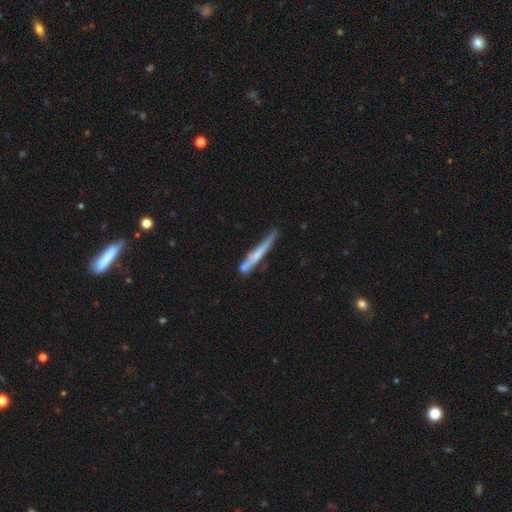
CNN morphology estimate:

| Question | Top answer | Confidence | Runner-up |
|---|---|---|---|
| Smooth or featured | featured or disk | 47% | smooth (46%) |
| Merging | none | 60% | minor disturbance (23%) |